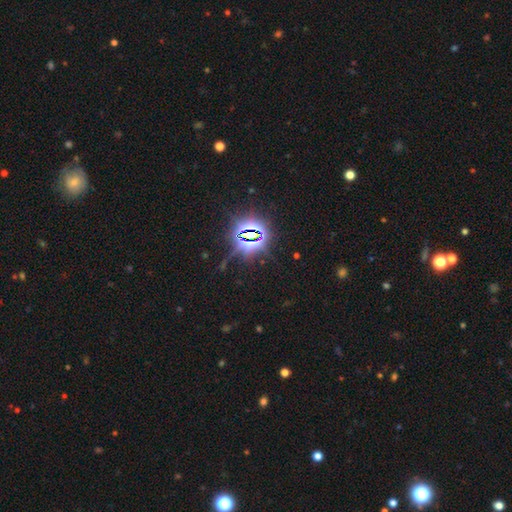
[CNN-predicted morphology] smooth_or_featured: star or artifact (p=0.80) [alt: smooth p=0.12]